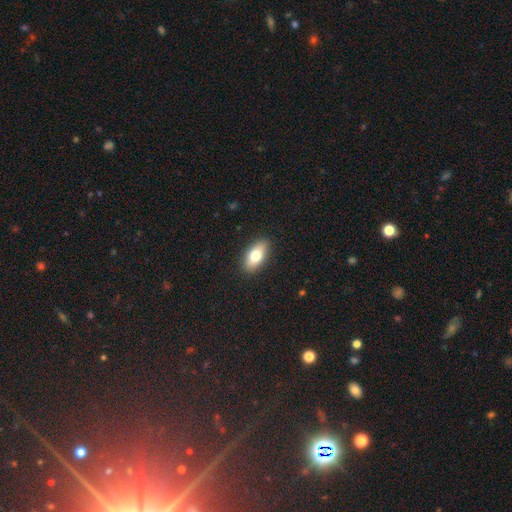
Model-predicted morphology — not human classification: type=smooth (77%); roundness=in between (89%); merging=none (89%).